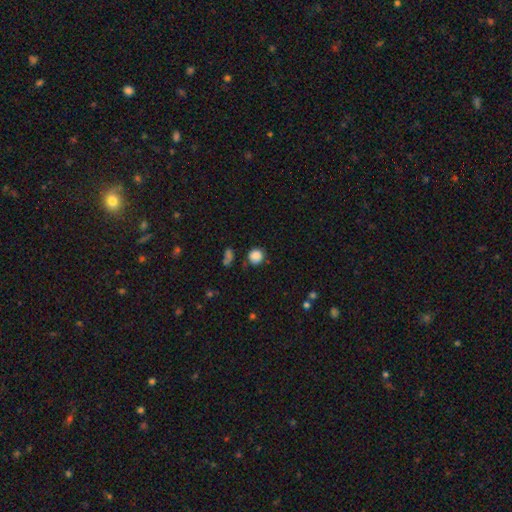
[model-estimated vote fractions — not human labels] smooth-or-featured: smooth: 85% | star or artifact: 11% | featured or disk: 4%
  how-rounded: round: 89% | in between: 10% | cigar-shaped: 1%
  merging: none: 78% | minor disturbance: 13% | merger: 5% | major disturbance: 4%